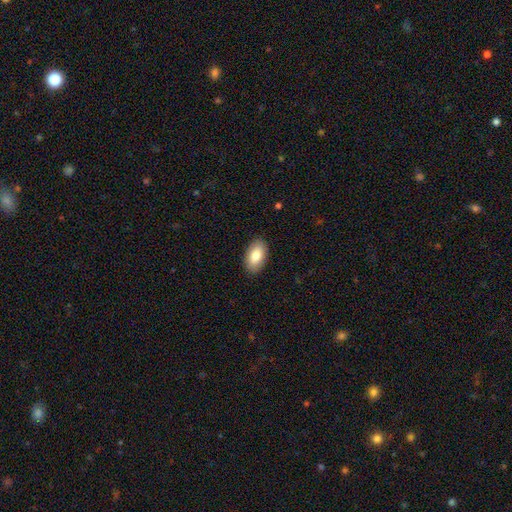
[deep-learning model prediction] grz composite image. It shows a smooth galaxy with no disk features (83%) that is in between round and cigar-shaped (95%). Merging: none (89%).